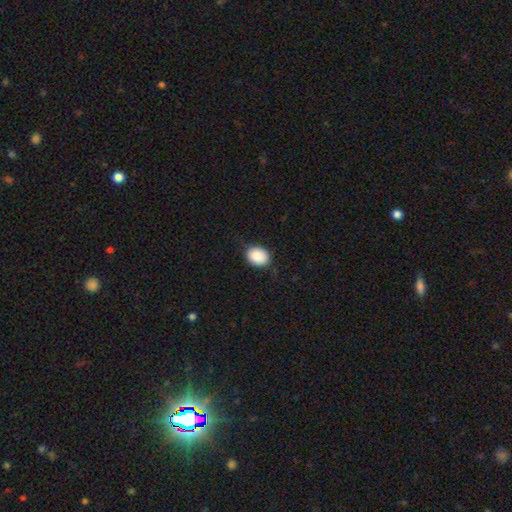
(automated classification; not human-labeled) A smooth galaxy with no disk features (88%) that is in between round and cigar-shaped (59%).

Vote fractions:
- Smooth or featured? smooth: 88% / star or artifact: 8% / featured or disk: 5%
- How rounded? in between: 59% / round: 40% / cigar-shaped: 1%
- Merging? none: 78% / minor disturbance: 18% / major disturbance: 3% / merger: 1%